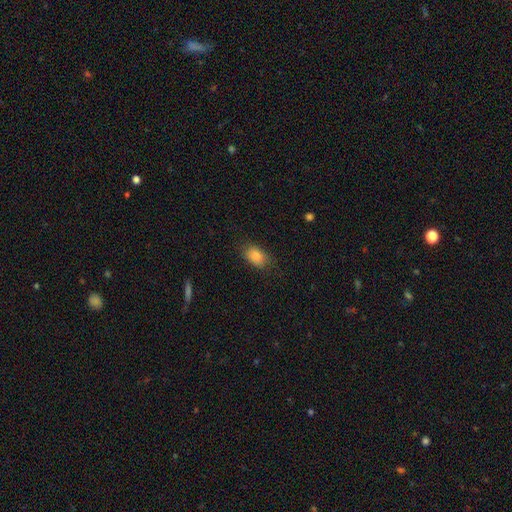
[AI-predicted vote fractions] smooth 85%, star or artifact 9%, featured or disk 7%. Down the decision tree: how rounded — in between (86%); merging — none (80%).